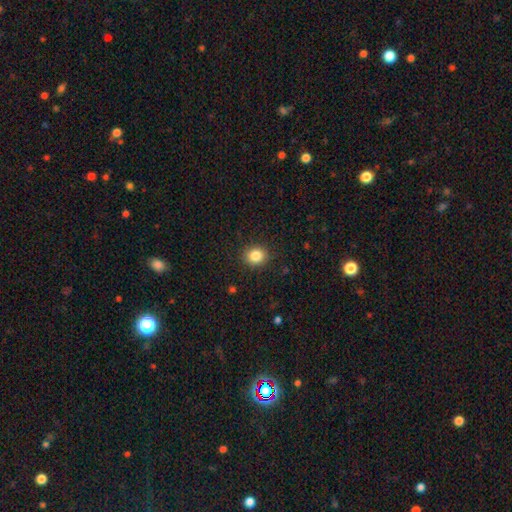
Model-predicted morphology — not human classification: Smooth or featured: smooth — 85% (star or artifact — 10%)
How rounded: round — 69% (in between — 30%)
Merging: none — 88% (minor disturbance — 8%)